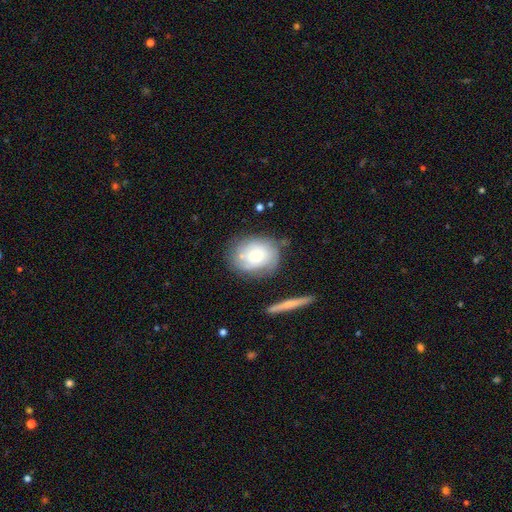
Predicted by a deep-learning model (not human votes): smooth-or-featured: smooth: 47% | featured or disk: 44% | star or artifact: 9%
  merging: none: 68% | minor disturbance: 18% | merger: 7% | major disturbance: 6%